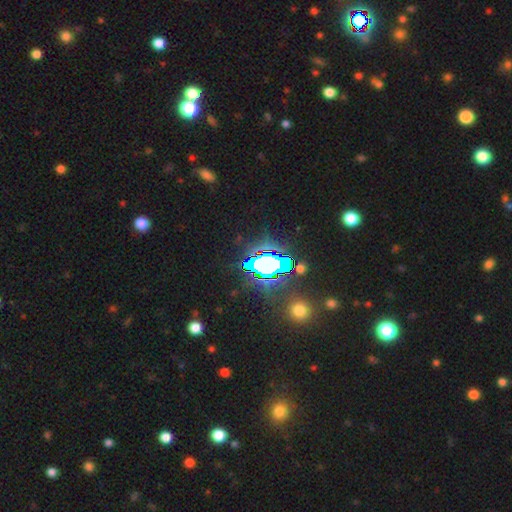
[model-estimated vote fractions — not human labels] Smooth or featured?
  - star or artifact: 76% *
  - smooth: 14%
  - featured or disk: 10%